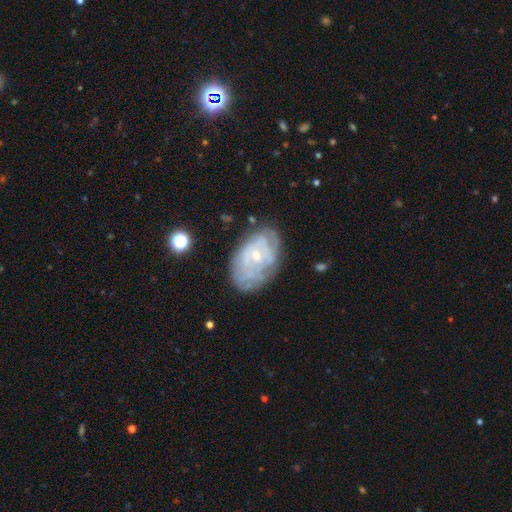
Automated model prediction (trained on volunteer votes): Q: Smooth or featured?
A: featured or disk (74%); runner-up: smooth (19%)
Q: Edge-on disk?
A: no (96%); runner-up: yes (4%)
Q: Bar?
A: no (66%); runner-up: weak (29%)
Q: Spiral arms?
A: yes (77%); runner-up: no (23%)
Q: Spiral winding?
A: tight (65%); runner-up: medium (26%)
Q: Spiral arm count?
A: can't tell (57%); runner-up: 2 (17%)
Q: Bulge size?
A: small (72%); runner-up: moderate (23%)
Q: Merging?
A: none (63%); runner-up: minor disturbance (24%)